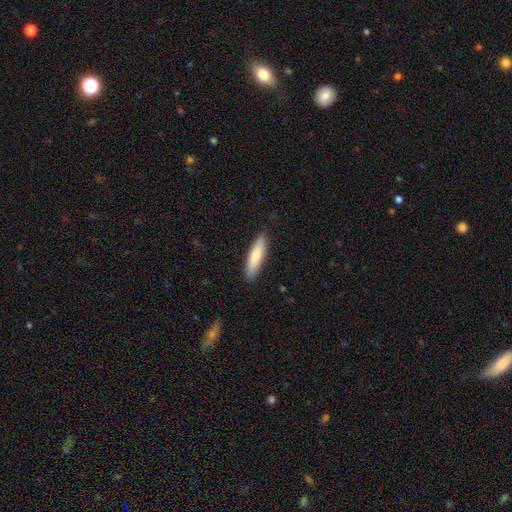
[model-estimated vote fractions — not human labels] This appears to be a smooth galaxy with no disk features (77%) that is cigar-shaped (70%). Merging: none (89%).